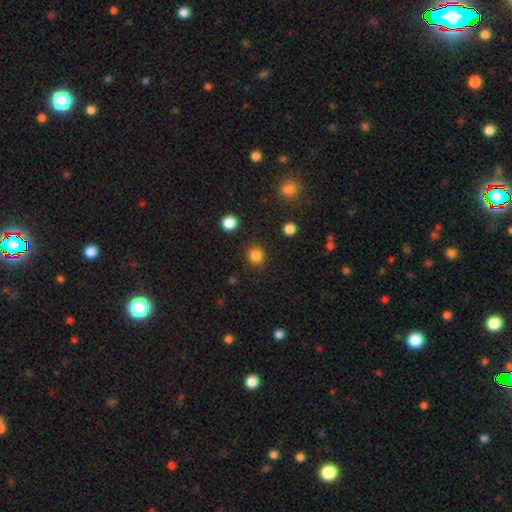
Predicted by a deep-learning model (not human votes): Smooth or featured? smooth (84%)
How rounded? round (90%)
Merging? none (90%)